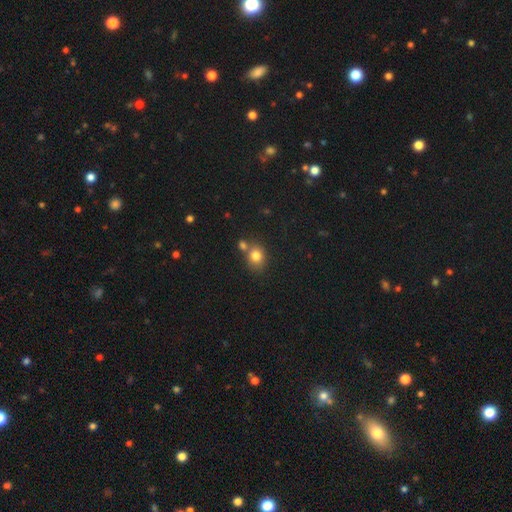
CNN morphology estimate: Q: Smooth or featured?
A: smooth (80%); runner-up: star or artifact (11%)
Q: How rounded?
A: round (62%); runner-up: in between (36%)
Q: Merging?
A: none (54%); runner-up: merger (30%)